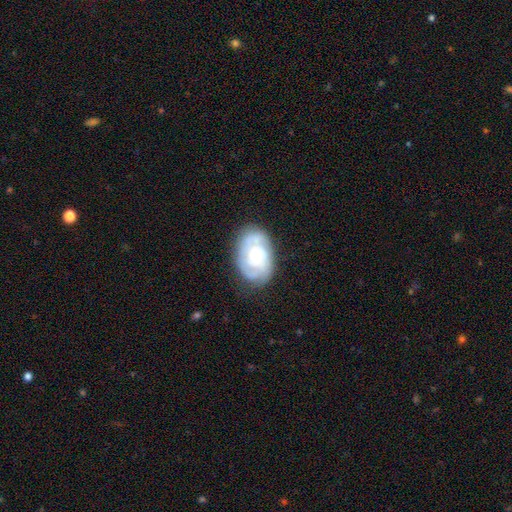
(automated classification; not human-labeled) This is likely a featured or disk galaxy (80%). It is clearly not viewed edge-on (97%). Bar: likely no (76%). Spiral arm pattern: clearly yes (92%). Spiral arm count: marginally 2 (29%, tied with can't tell). Spiral winding: likely tight (69%). Central bulge: possibly moderate (50%). Merging: likely none (77%).